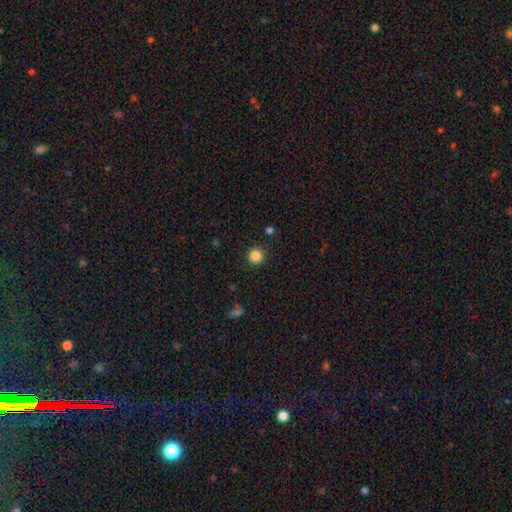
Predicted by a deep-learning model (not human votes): The model was most divided on "smooth or featured": smooth: 85%, star or artifact: 12%, featured or disk: 4%. More confident: how rounded — round (95%); merging — none (92%).